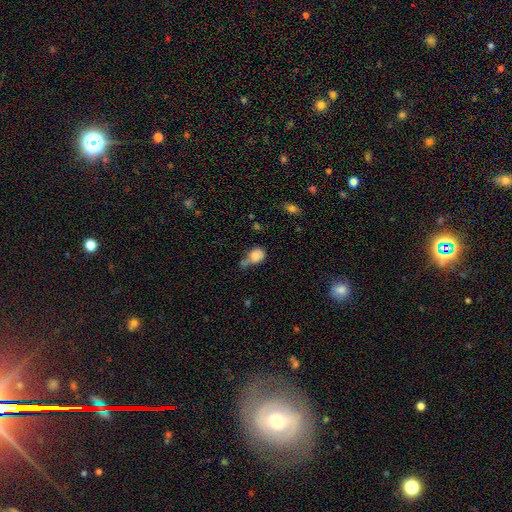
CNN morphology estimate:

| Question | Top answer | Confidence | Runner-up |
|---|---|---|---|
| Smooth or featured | smooth | 78% | featured or disk (13%) |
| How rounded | in between | 54% | round (44%) |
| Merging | merger | 31% | none (28%) |